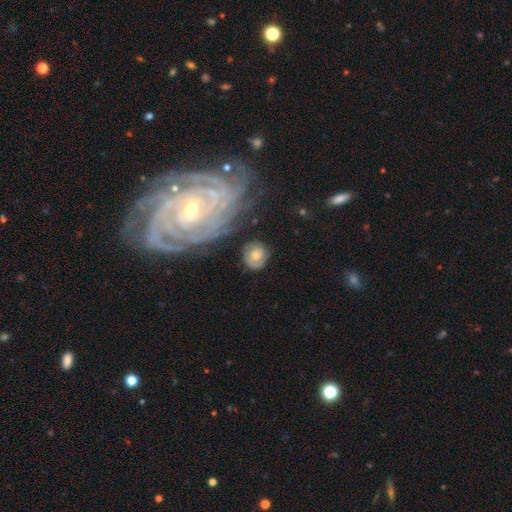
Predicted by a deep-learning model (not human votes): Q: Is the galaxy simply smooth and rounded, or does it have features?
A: smooth — 55%.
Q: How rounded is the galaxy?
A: round — 82%.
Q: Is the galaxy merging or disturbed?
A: none — 72%.